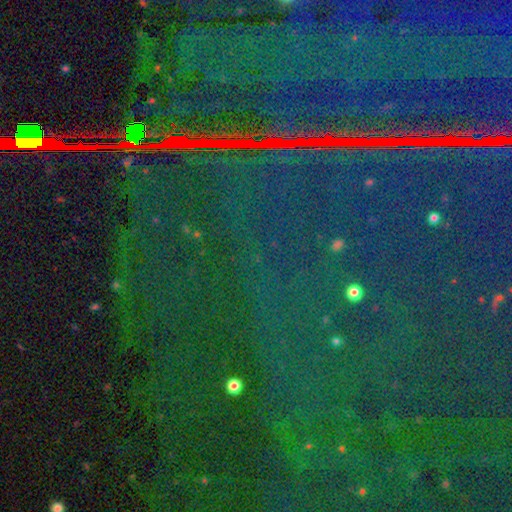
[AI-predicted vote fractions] Smooth or featured?
  - star or artifact: 85% *
  - smooth: 8%
  - featured or disk: 7%